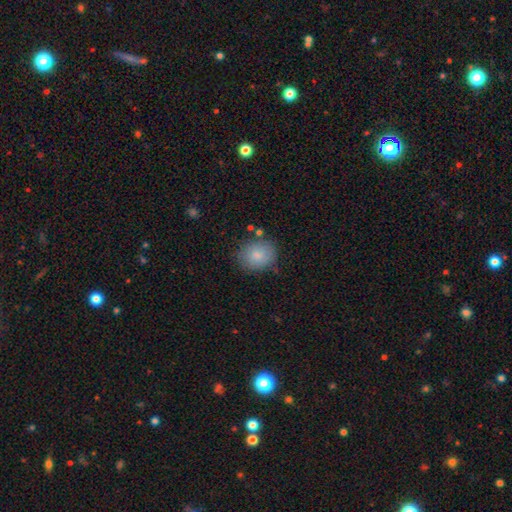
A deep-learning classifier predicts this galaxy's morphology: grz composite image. It shows a smooth galaxy with no disk features (85%) that is round (73%). Merging: none (77%).